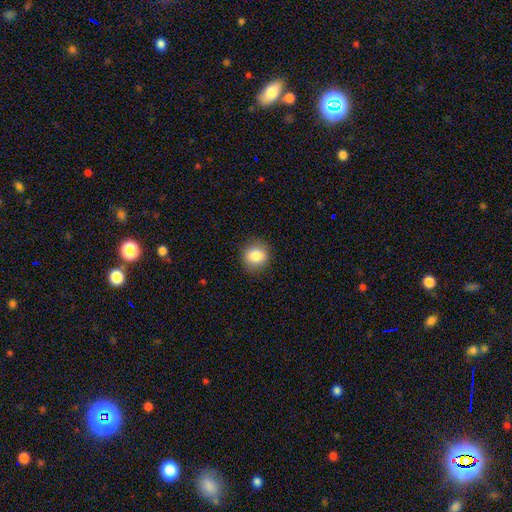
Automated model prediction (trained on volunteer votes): The model was most divided on "how rounded": round: 83%, in between: 16%, cigar-shaped: 1%. More confident: merging — none (88%); smooth or featured — smooth (84%).